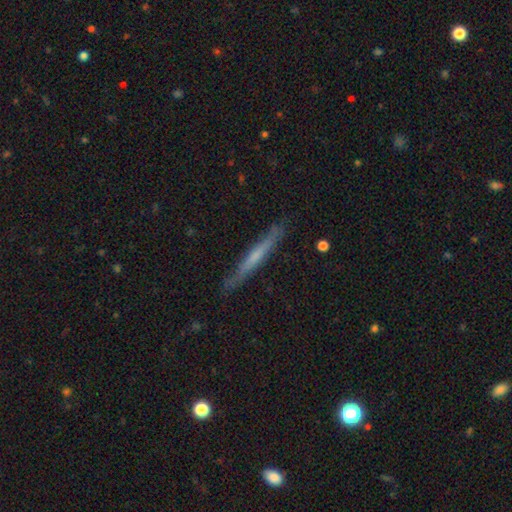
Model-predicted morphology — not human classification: smooth-or-featured: featured or disk: 53% | smooth: 41% | star or artifact: 6%
  disk-edge-on: yes: 95% | no: 5%
  merging: none: 85% | minor disturbance: 12% | major disturbance: 2% | merger: 1%